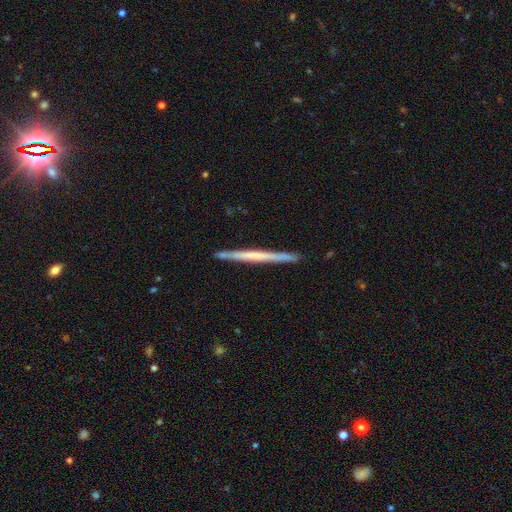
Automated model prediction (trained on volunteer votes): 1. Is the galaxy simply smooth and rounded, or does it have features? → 55% featured or disk, 40% smooth, 5% star or artifact.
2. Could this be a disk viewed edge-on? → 98% yes, 2% no.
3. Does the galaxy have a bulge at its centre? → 83% none, 10% rounded, 7% boxy.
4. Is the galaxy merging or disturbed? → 90% none, 8% minor disturbance, 2% merger, 1% major disturbance.